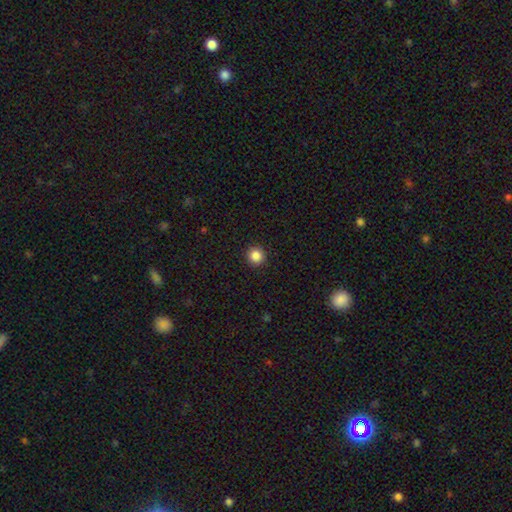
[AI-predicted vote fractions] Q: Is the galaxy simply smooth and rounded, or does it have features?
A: smooth — 86%.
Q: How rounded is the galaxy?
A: round — 94%.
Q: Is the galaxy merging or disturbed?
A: none — 92%.